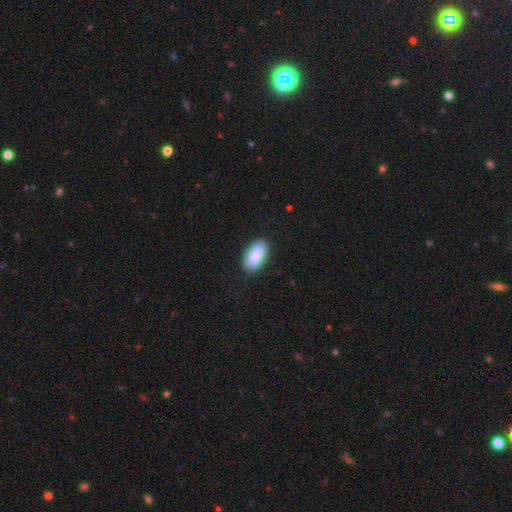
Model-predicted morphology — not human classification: Q: Smooth or featured?
A: smooth (84%); runner-up: featured or disk (10%)
Q: How rounded?
A: in between (94%); runner-up: round (4%)
Q: Merging?
A: none (85%); runner-up: minor disturbance (12%)